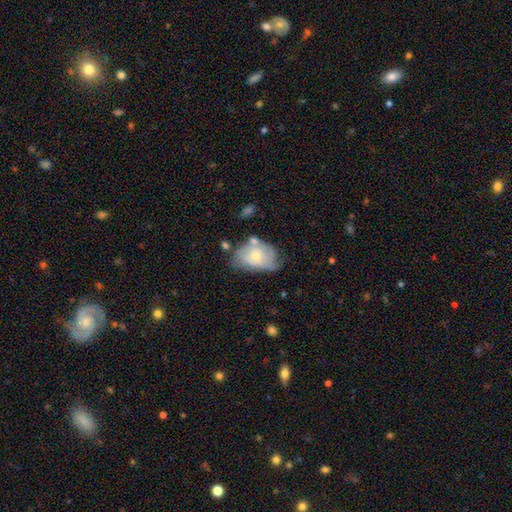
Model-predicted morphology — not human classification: Q: Smooth or featured?
A: smooth (49%); runner-up: featured or disk (44%)
Q: Merging?
A: none (41%); runner-up: minor disturbance (33%)